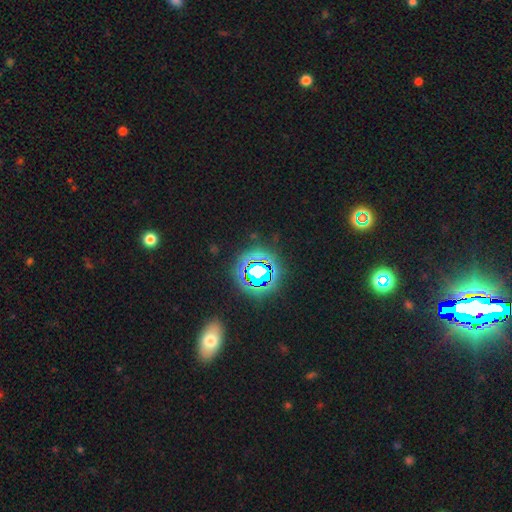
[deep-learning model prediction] Smooth or featured: star or artifact — 69% (smooth — 20%)